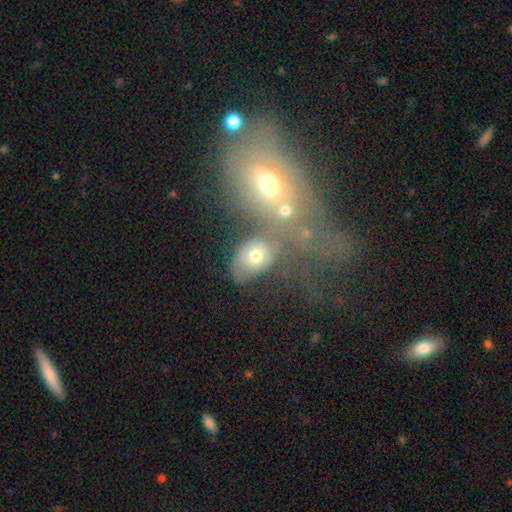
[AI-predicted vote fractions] smooth-or-featured: smooth: 62% | featured or disk: 23% | star or artifact: 15%
  how-rounded: in between: 56% | round: 43% | cigar-shaped: 2%
  merging: none: 50% | merger: 25% | minor disturbance: 15% | major disturbance: 10%